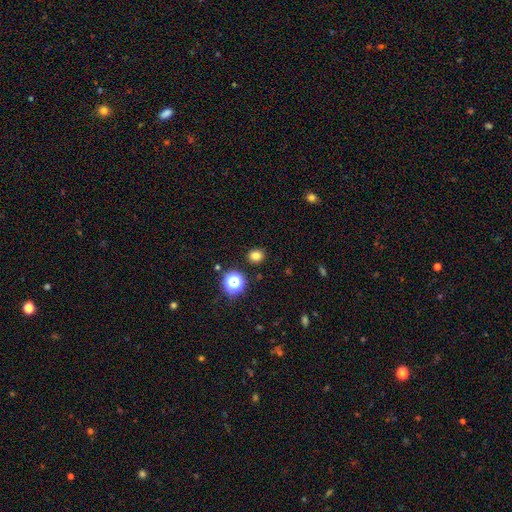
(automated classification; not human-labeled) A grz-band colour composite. It shows a smooth galaxy with no disk features (79%) that is round (77%). Merging: none (90%).